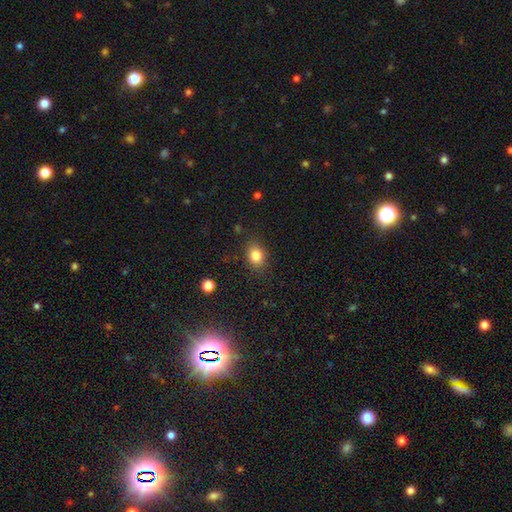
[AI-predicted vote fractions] The model was most divided on "how rounded": in between: 64%, round: 34%, cigar-shaped: 1%. More confident: merging — none (83%); smooth or featured — smooth (83%).